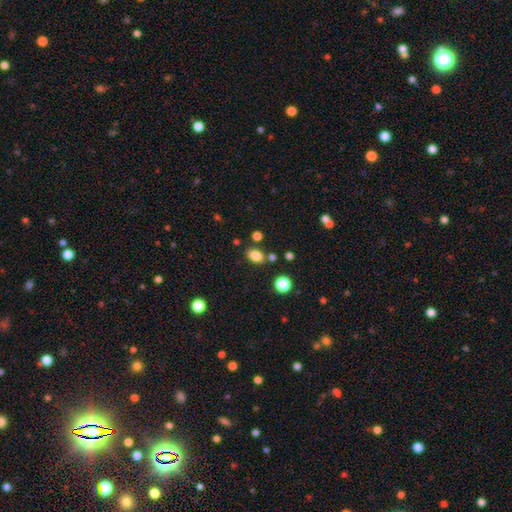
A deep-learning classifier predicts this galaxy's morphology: A smooth galaxy with no disk features (83%) that is in between round and cigar-shaped (78%). Merging: none (79%).